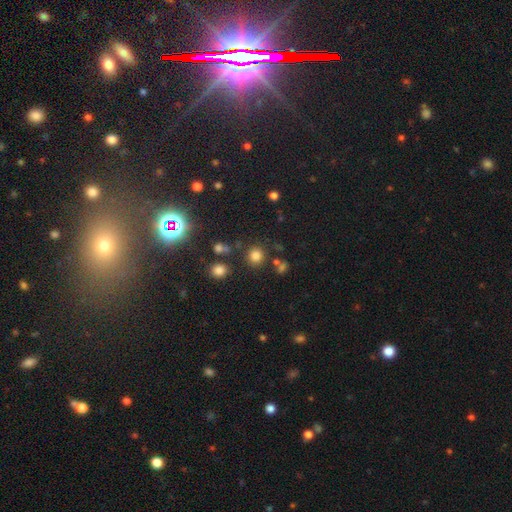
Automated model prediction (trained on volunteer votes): Morphology: type=smooth (77%); roundness=round (90%); merging=none (82%).